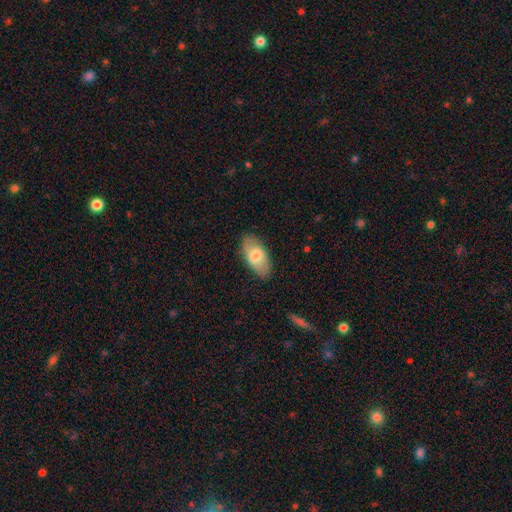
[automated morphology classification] smooth 72%, featured or disk 23%, star or artifact 6%. Down the decision tree: how rounded — in between (93%); merging — none (84%).